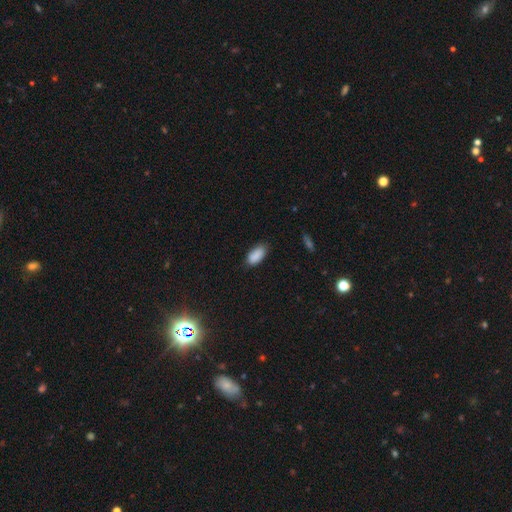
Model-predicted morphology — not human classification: The model was most divided on "merging": none: 77%, minor disturbance: 19%, major disturbance: 3%, merger: 1%. More confident: how rounded — in between (92%); smooth or featured — smooth (89%).